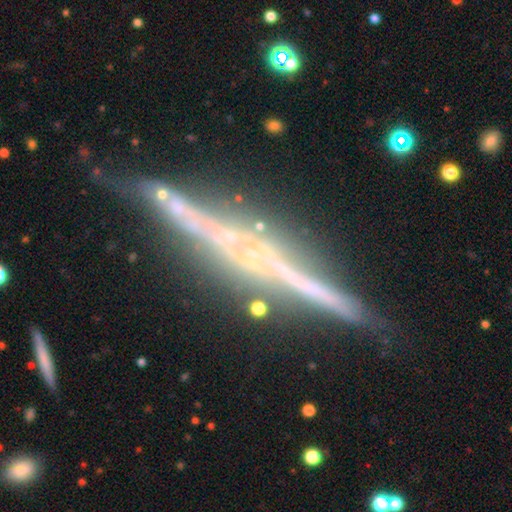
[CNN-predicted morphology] A featured or disk galaxy (83%) viewed edge-on (97%) with no central bulge (55%).

Vote fractions:
- Smooth or featured? featured or disk: 83% / star or artifact: 8% / smooth: 8%
- Edge-on disk? yes: 97% / no: 3%
- Edge-on bulge? none: 55% / rounded: 30% / boxy: 15%
- Merging? none: 82% / minor disturbance: 12% / major disturbance: 3% / merger: 3%